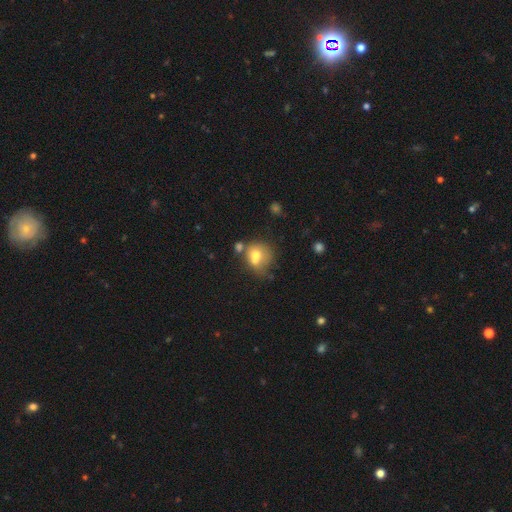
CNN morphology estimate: This is likely a smooth galaxy (67%). How rounded: likely round (67%). Merging: marginally merger (36%).